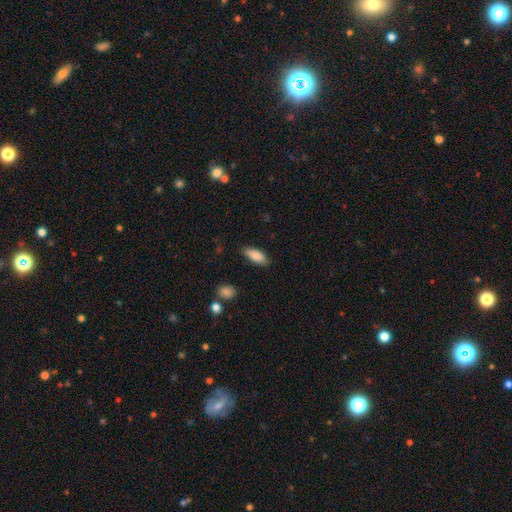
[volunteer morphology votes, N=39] smooth 85%, featured or disk 10%, star or artifact 5%. Down the decision tree: how rounded — in between (85%); merging — none (76%).